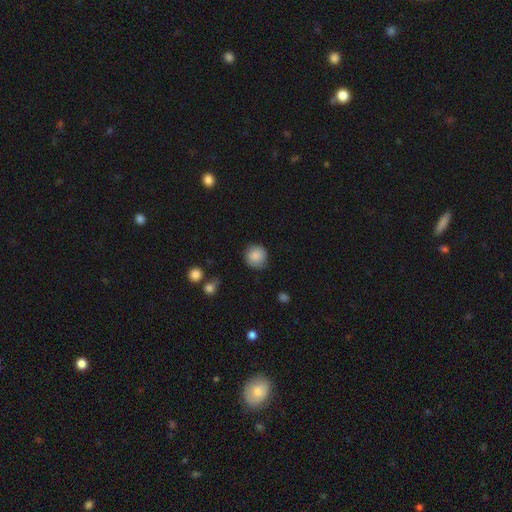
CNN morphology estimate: smooth 87%, star or artifact 8%, featured or disk 6%. Down the decision tree: how rounded — round (91%); merging — none (81%).